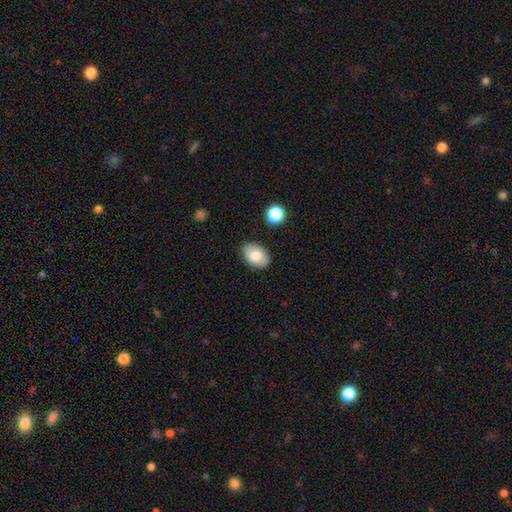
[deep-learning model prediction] This is likely a smooth galaxy (77%). How rounded: clearly in between (85%). Merging: clearly none (85%).